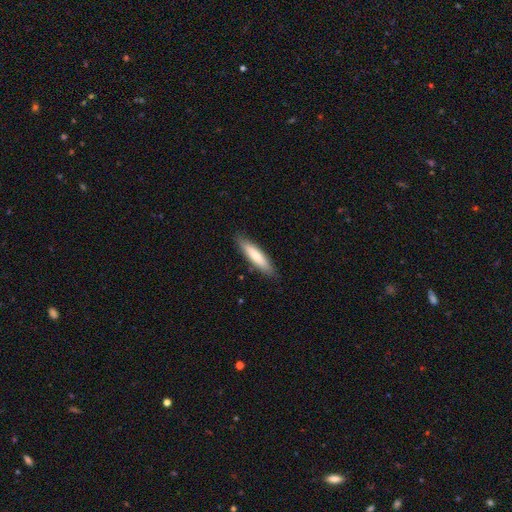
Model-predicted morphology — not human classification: type=smooth (75%); roundness=cigar-shaped (79%); merging=none (87%).